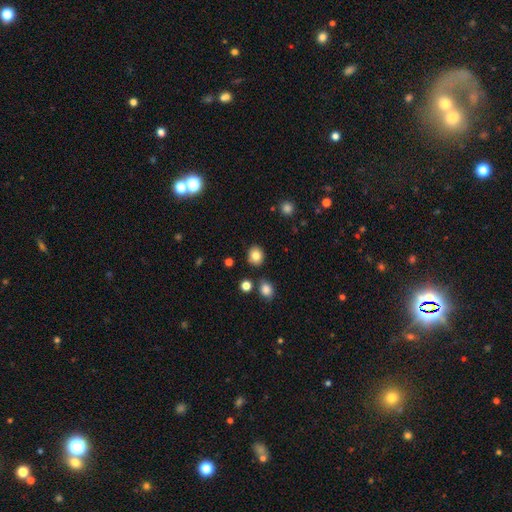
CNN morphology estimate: type=smooth (83%); roundness=round (71%); merging=none (86%).